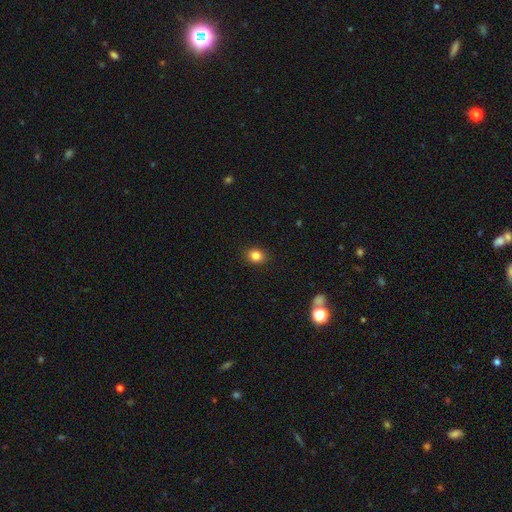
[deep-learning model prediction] This is clearly a smooth galaxy (84%). How rounded: likely round (60%). Merging: clearly none (90%).